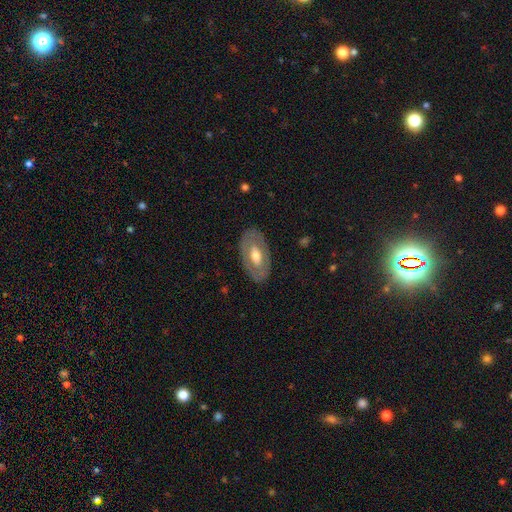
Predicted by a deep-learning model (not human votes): This appears to be a smooth galaxy with no disk features (48%). Merging: none (83%).